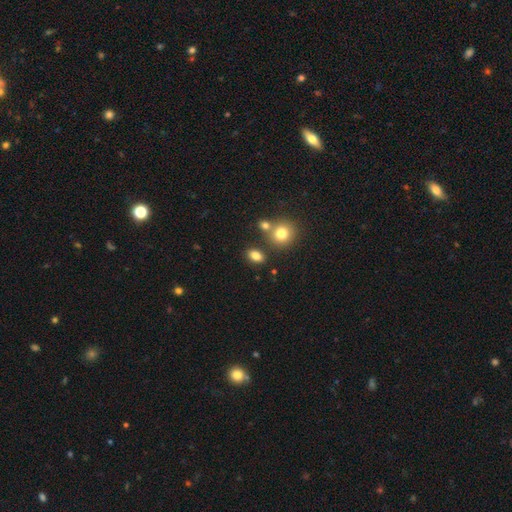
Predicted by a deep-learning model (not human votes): smooth-or-featured: smooth: 82% | star or artifact: 11% | featured or disk: 7%
  how-rounded: in between: 78% | round: 20% | cigar-shaped: 3%
  merging: none: 77% | minor disturbance: 11% | merger: 9% | major disturbance: 3%